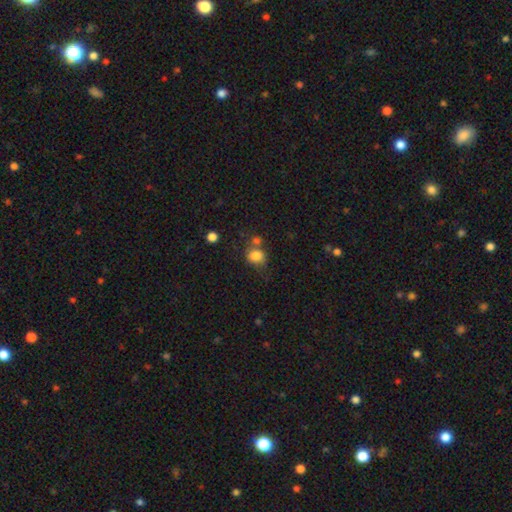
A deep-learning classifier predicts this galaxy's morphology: type=smooth (81%); roundness=round (60%); merging=none (49%).